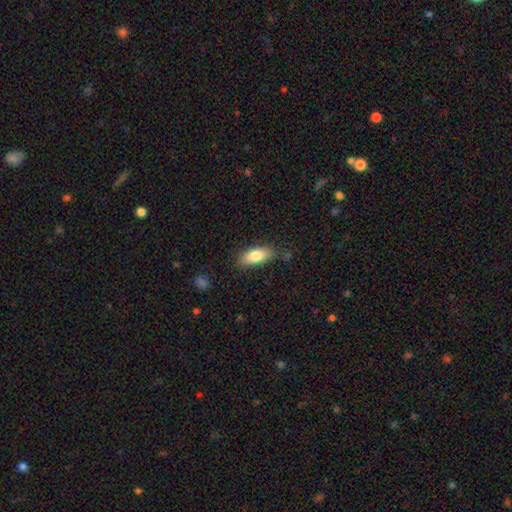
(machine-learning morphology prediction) Smooth or featured? Predicted: smooth (p=0.82). How rounded? Predicted: in between (p=0.80). Merging? Predicted: none (p=0.81).